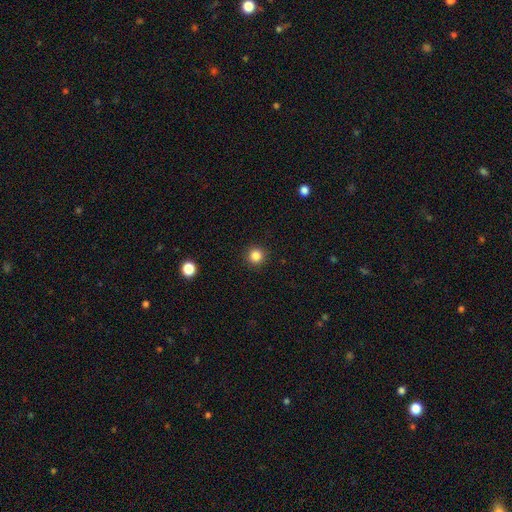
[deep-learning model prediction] Morphology: type=smooth (85%); roundness=round (95%); merging=none (92%).